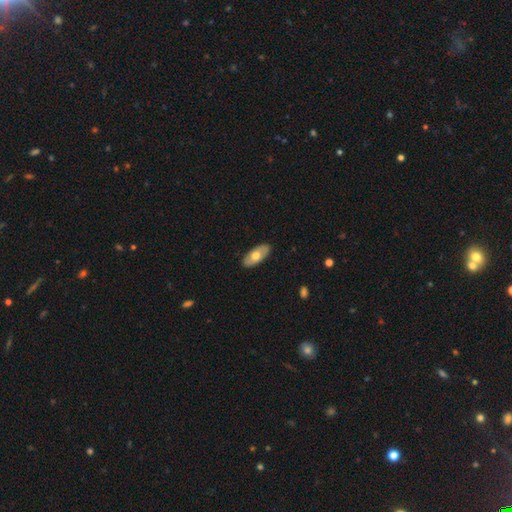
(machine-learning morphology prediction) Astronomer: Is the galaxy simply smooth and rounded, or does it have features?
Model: smooth — 62%.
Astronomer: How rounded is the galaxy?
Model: in between — 91%.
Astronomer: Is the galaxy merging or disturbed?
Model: none — 88%.